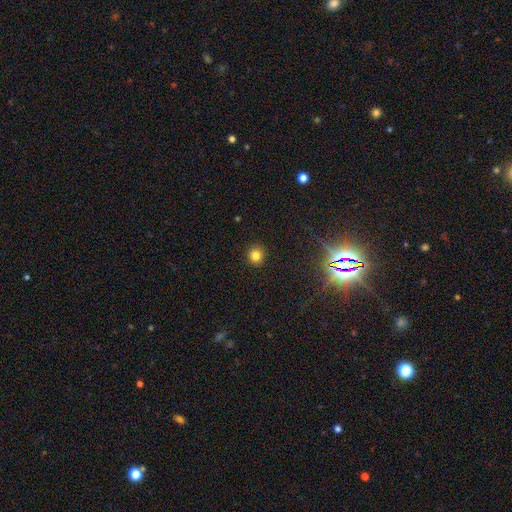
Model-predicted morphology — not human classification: type=smooth (81%); roundness=round (92%); merging=none (92%).